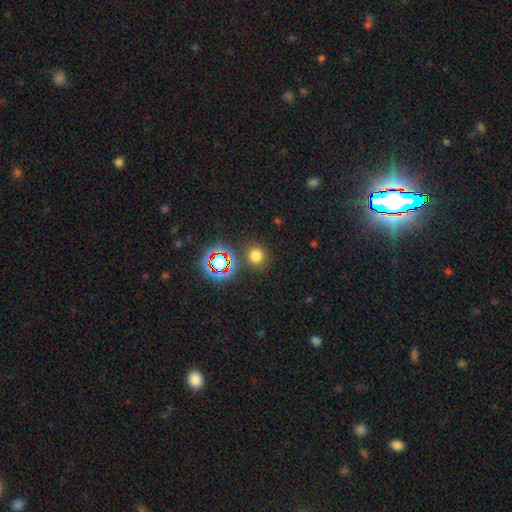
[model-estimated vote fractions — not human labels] Smooth or featured? smooth (70%)
How rounded? round (88%)
Merging? none (84%)